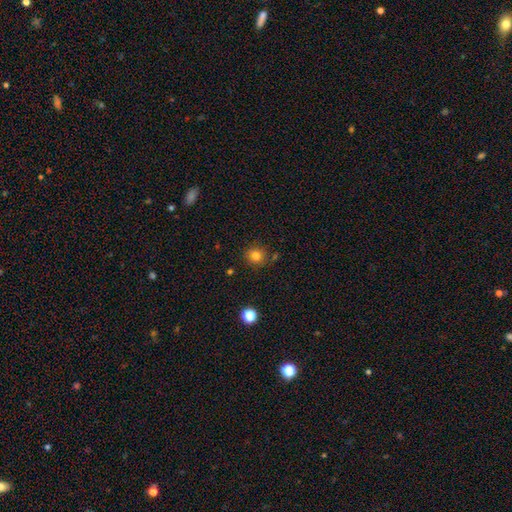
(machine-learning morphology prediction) Smooth or featured?
  - smooth: 81% *
  - star or artifact: 13%
  - featured or disk: 6%
How rounded?
  - round: 90% *
  - in between: 9%
  - cigar-shaped: 1%
Merging?
  - none: 83% *
  - minor disturbance: 10%
  - merger: 4%
  - major disturbance: 3%